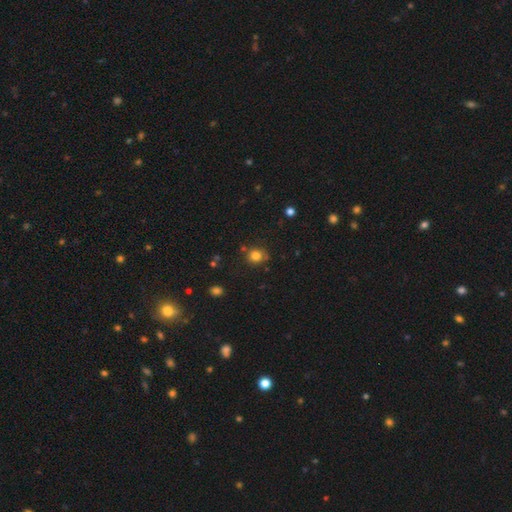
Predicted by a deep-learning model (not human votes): Smooth or featured? Predicted: smooth (p=0.81). How rounded? Predicted: round (p=0.82). Merging? Predicted: none (p=0.72).